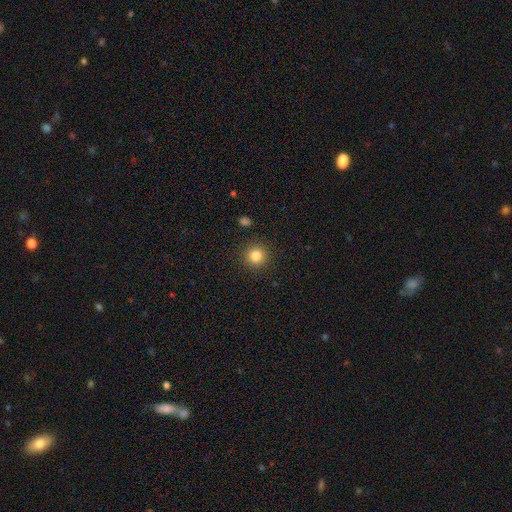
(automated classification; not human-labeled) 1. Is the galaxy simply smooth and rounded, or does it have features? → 83% smooth, 11% star or artifact, 6% featured or disk.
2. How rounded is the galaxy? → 94% round, 5% in between, 1% cigar-shaped.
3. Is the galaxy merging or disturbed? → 90% none, 6% minor disturbance, 2% major disturbance, 1% merger.